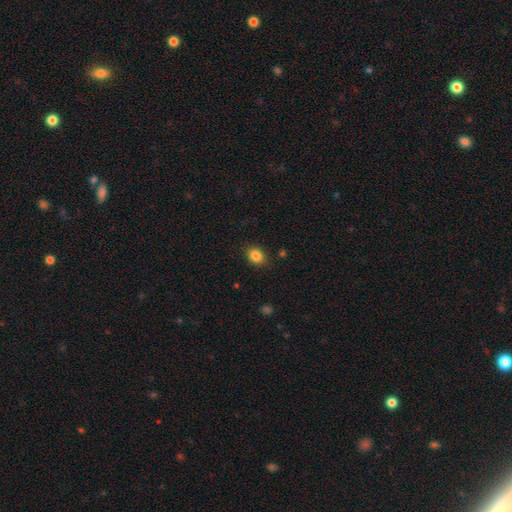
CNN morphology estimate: Smooth or featured? smooth (85%)
How rounded? in between (57%)
Merging? none (87%)